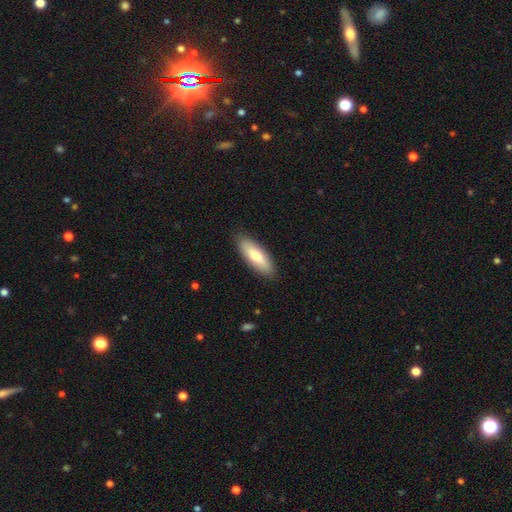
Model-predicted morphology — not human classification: This appears to be a smooth galaxy with no disk features (72%) that is in between round and cigar-shaped (63%). Merging: none (88%).